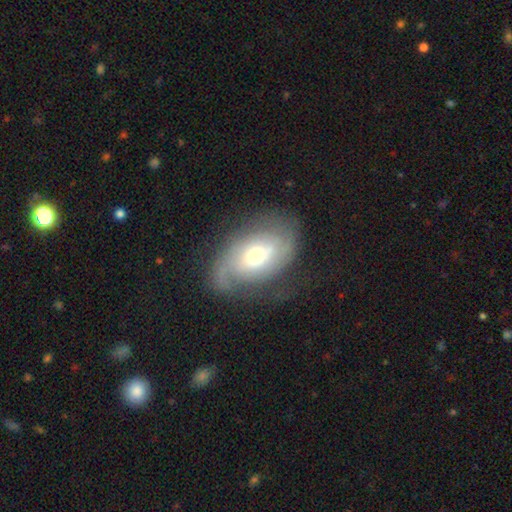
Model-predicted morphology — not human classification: Q: Smooth or featured?
A: featured or disk (66%); runner-up: smooth (26%)
Q: Edge-on disk?
A: no (94%); runner-up: yes (6%)
Q: Bar?
A: no (59%); runner-up: weak (32%)
Q: Spiral arms?
A: yes (84%); runner-up: no (16%)
Q: Spiral winding?
A: medium (39%); runner-up: tight (32%)
Q: Spiral arm count?
A: 2 (54%); runner-up: can't tell (20%)
Q: Bulge size?
A: moderate (64%); runner-up: small (20%)
Q: Merging?
A: none (62%); runner-up: minor disturbance (21%)